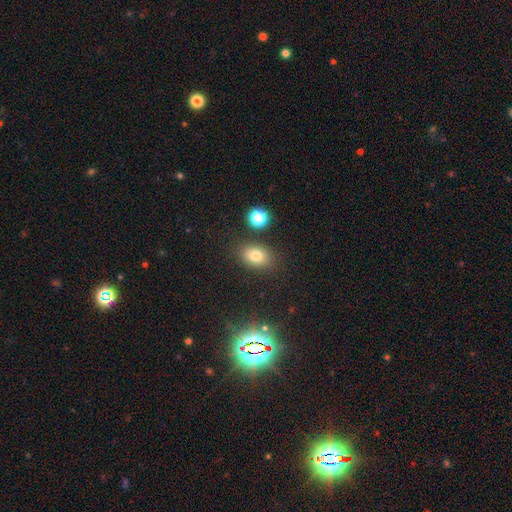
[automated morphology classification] Smooth or featured? smooth (77%)
How rounded? in between (74%)
Merging? none (81%)